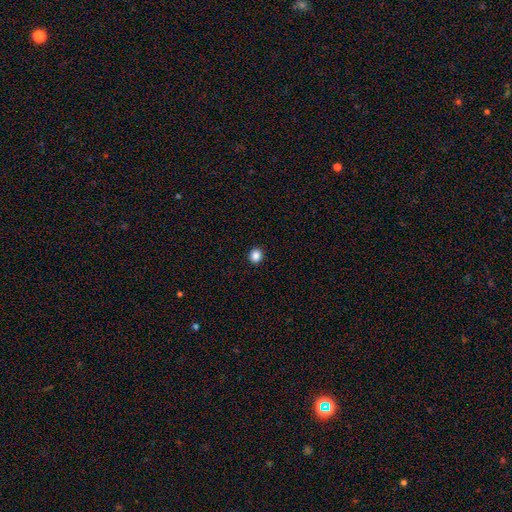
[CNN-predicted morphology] smooth-or-featured: smooth: 86% | star or artifact: 11% | featured or disk: 3%
  how-rounded: round: 86% | in between: 13% | cigar-shaped: 1%
  merging: none: 93% | minor disturbance: 4% | major disturbance: 2% | merger: 1%